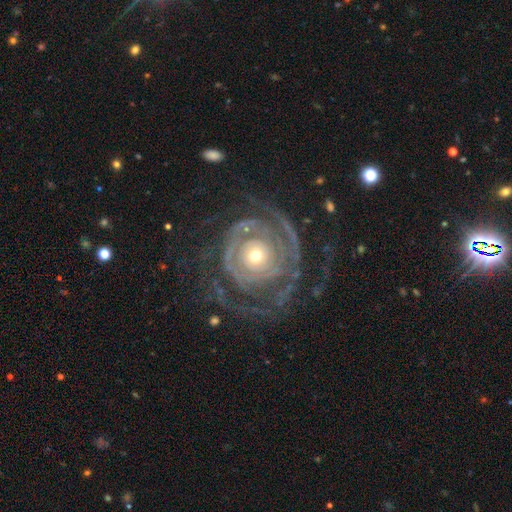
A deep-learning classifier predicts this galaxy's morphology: A featured or disk galaxy (87%) with no bar (84%), tight (68%) spiral arms (91%) and a moderate central bulge (48%).

Vote fractions:
- Smooth or featured? featured or disk: 87% / smooth: 8% / star or artifact: 5%
- Edge-on disk? no: 97% / yes: 3%
- Bar? no: 84% / weak: 11% / strong: 5%
- Spiral arms? yes: 91% / no: 9%
- Spiral winding? tight: 68% / medium: 21% / loose: 10%
- Spiral arm count? can't tell: 29% / 2: 26% / 3: 18% / 4: 10% / 1: 10% / more than 4: 8%
- Bulge size? moderate: 48% / small: 45% / large: 5% / dominant: 1% / none: 1%
- Merging? none: 60% / major disturbance: 23% / minor disturbance: 16% / merger: 2%